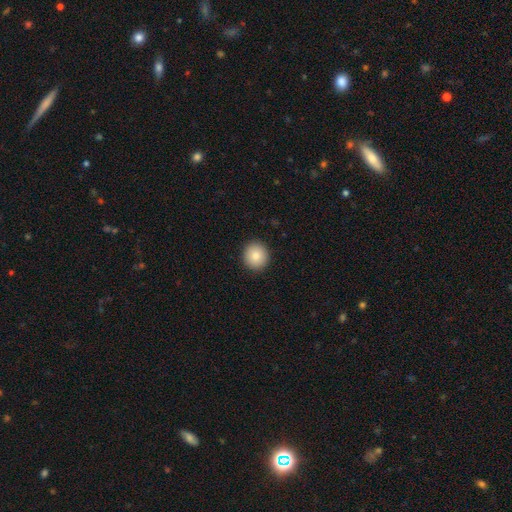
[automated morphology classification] A smooth galaxy with no disk features (85%) that is round (88%). Merging: none (92%).